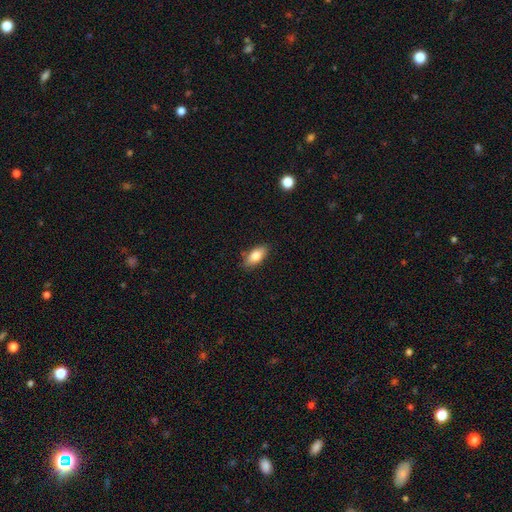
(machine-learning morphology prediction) Smooth or featured: smooth — 82% (featured or disk — 11%)
How rounded: in between — 87% (cigar-shaped — 10%)
Merging: none — 85% (minor disturbance — 12%)